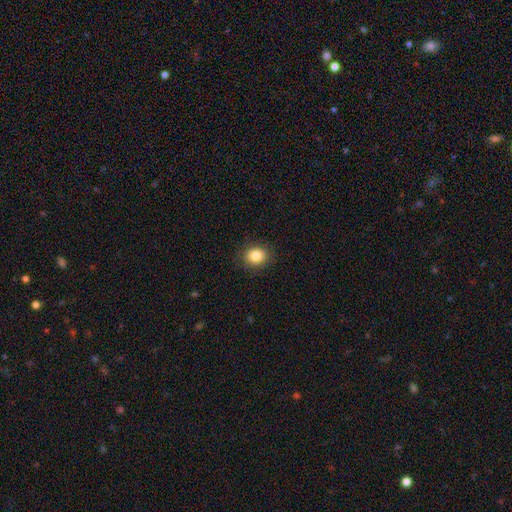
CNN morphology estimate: This is clearly a smooth galaxy (84%). How rounded: likely round (65%). Merging: clearly none (88%).